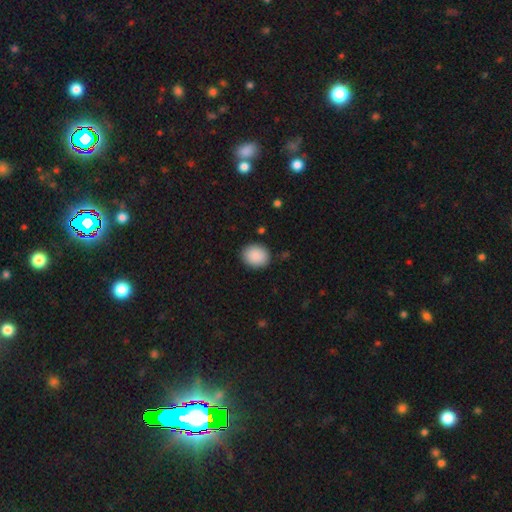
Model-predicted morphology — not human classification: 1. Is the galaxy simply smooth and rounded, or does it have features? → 90% smooth, 7% star or artifact, 3% featured or disk.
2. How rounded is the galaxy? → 65% round, 34% in between, 1% cigar-shaped.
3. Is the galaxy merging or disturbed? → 88% none, 8% minor disturbance, 2% major disturbance, 1% merger.